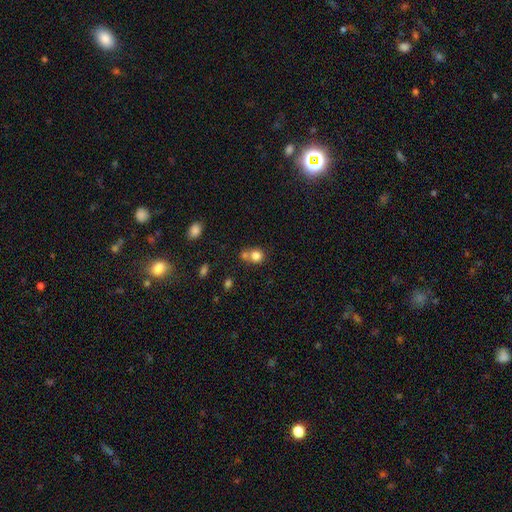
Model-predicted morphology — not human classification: Q: Smooth or featured?
A: smooth (80%); runner-up: star or artifact (11%)
Q: How rounded?
A: round (79%); runner-up: in between (20%)
Q: Merging?
A: none (44%); runner-up: merger (41%)